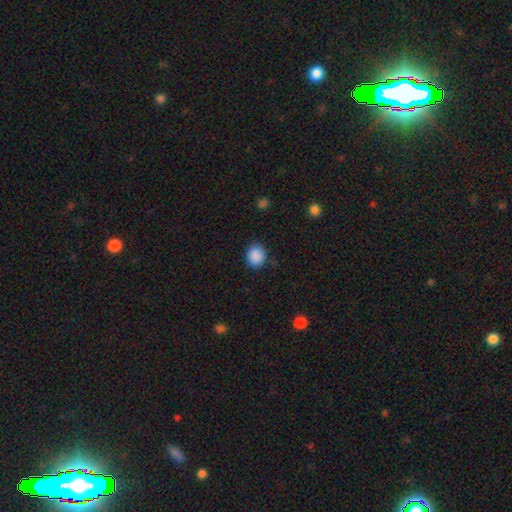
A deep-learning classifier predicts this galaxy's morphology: Overall: smooth (89%). How rounded: round (73%). Merging: none (84%).